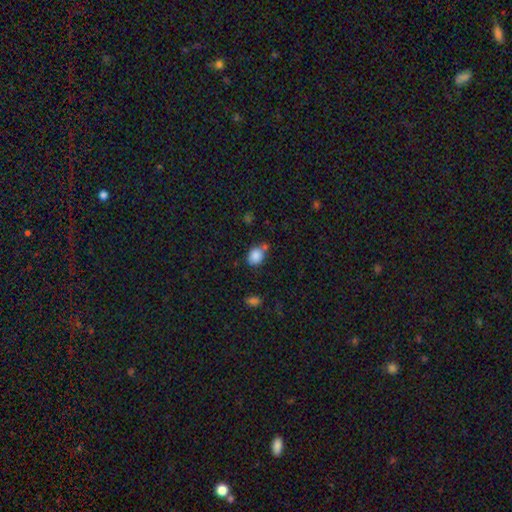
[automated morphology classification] This appears to be a smooth galaxy with no disk features (86%) that is in between round and cigar-shaped (56%). Merging: none (59%).